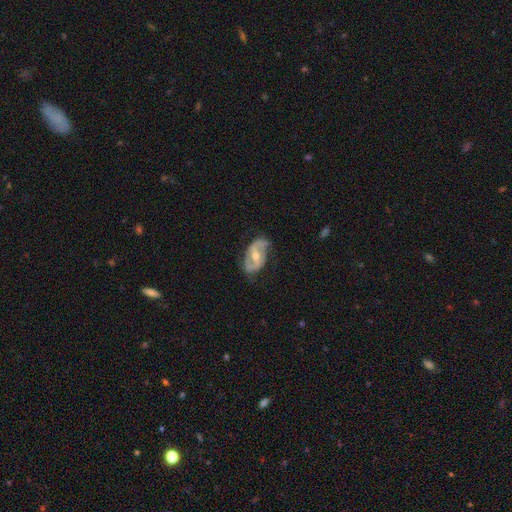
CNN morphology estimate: This is likely a featured or disk galaxy (78%). It is clearly not viewed edge-on (95%). Bar: marginally weak (44%). Spiral arm pattern: clearly yes (85%). Spiral arm count: clearly 2 (87%). Spiral winding: possibly medium (47%). Central bulge: likely moderate (69%). Merging: likely none (71%).